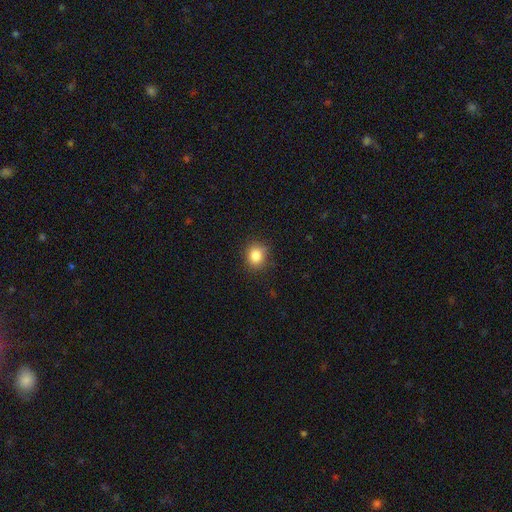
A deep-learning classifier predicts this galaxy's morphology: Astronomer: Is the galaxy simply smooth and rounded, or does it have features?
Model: smooth — 84%.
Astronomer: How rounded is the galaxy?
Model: round — 77%.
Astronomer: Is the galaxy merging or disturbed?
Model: none — 86%.